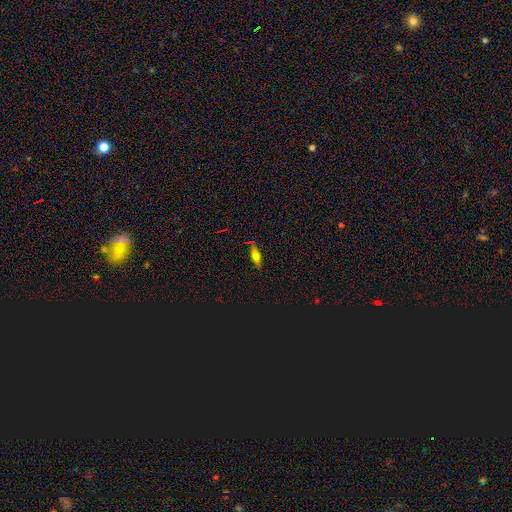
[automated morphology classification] This is possibly a smooth galaxy (57%). How rounded: likely in between (60%). Merging: clearly none (81%).